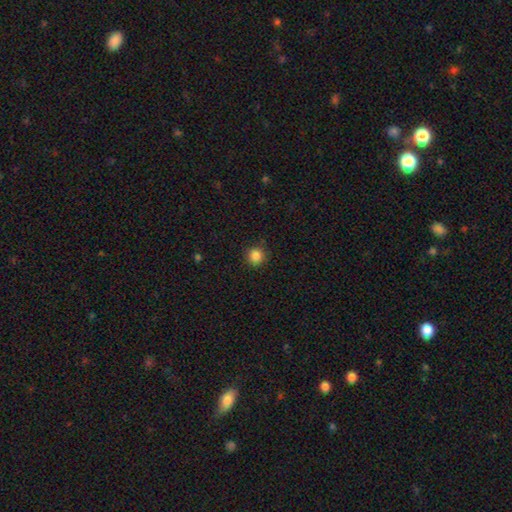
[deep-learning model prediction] Overall: smooth (86%). How rounded: round (91%). Merging: none (88%).